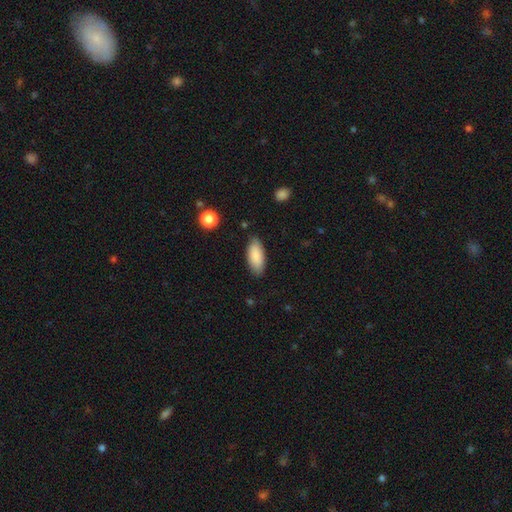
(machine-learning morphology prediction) Q: Smooth or featured?
A: smooth (87%); runner-up: featured or disk (7%)
Q: How rounded?
A: in between (85%); runner-up: cigar-shaped (13%)
Q: Merging?
A: none (82%); runner-up: minor disturbance (14%)